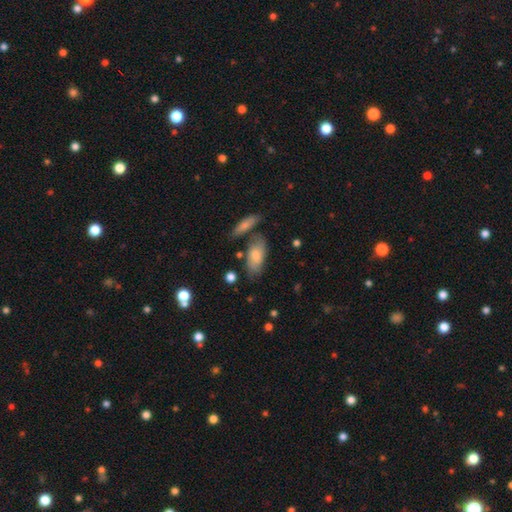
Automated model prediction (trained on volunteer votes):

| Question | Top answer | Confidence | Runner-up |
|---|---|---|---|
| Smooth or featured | smooth | 73% | featured or disk (21%) |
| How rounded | in between | 86% | cigar-shaped (11%) |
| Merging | none | 64% | minor disturbance (20%) |